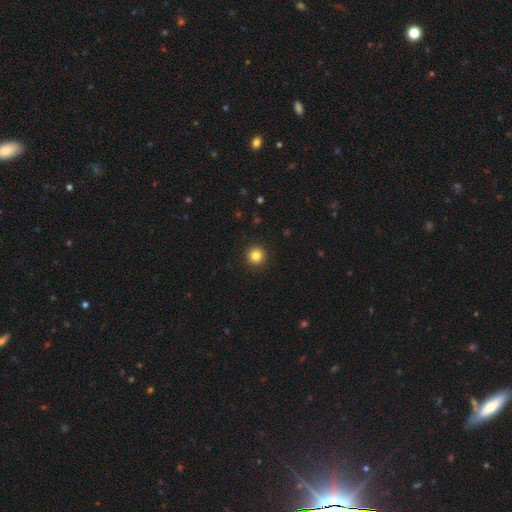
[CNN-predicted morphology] Smooth or featured? smooth (84%)
How rounded? round (96%)
Merging? none (93%)